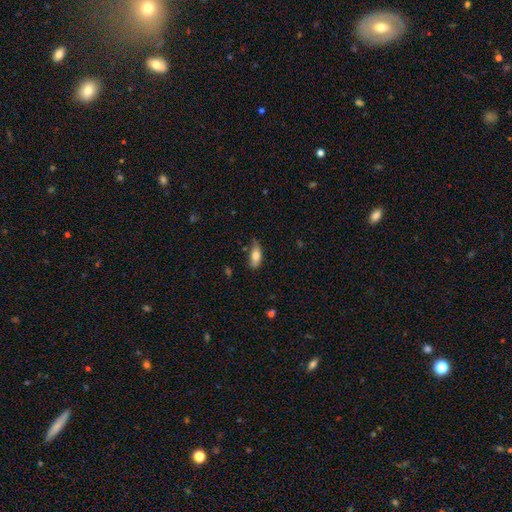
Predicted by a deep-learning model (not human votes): This appears to be a smooth galaxy with no disk features (77%) that is in between round and cigar-shaped (80%). Merging: none (61%).